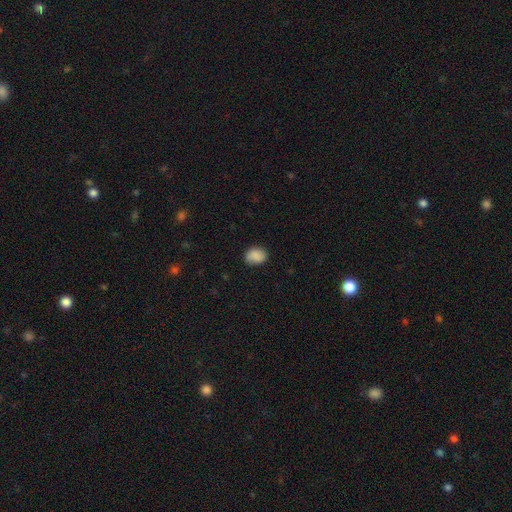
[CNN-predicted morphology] Overall: smooth (88%). How rounded: in between (63%; round 36%). Merging: none (80%).